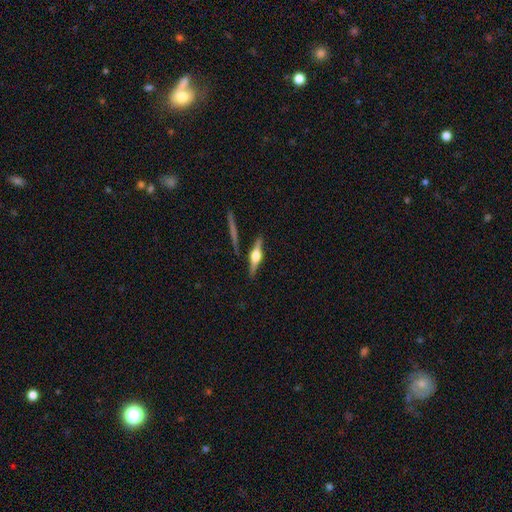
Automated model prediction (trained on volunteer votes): Q: Smooth or featured?
A: featured or disk (79%); runner-up: smooth (15%)
Q: Edge-on disk?
A: yes (97%); runner-up: no (3%)
Q: Edge-on bulge?
A: rounded (95%); runner-up: boxy (4%)
Q: Merging?
A: none (85%); runner-up: minor disturbance (9%)